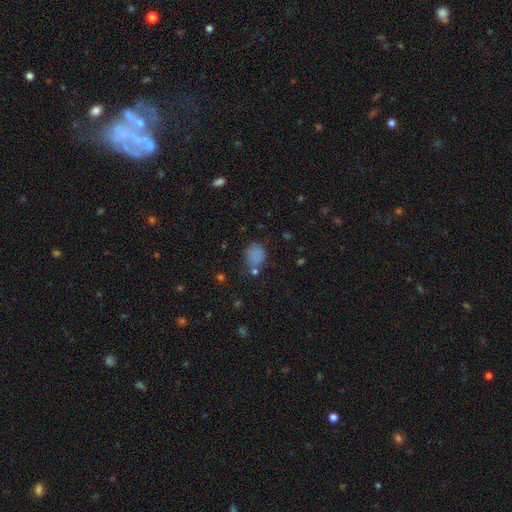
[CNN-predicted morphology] type=smooth (80%); roundness=round (65%); merging=none (64%).